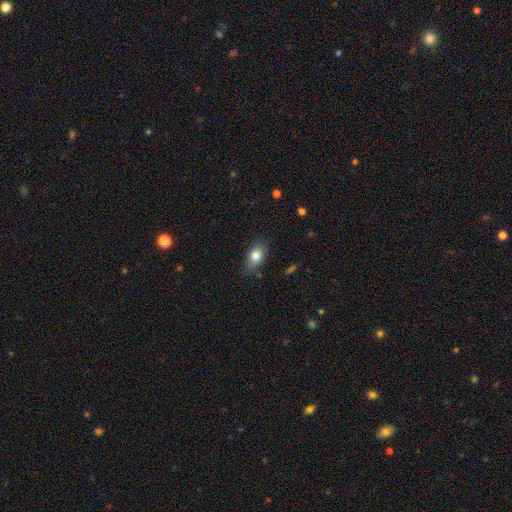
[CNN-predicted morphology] Smooth or featured? smooth (81%)
How rounded? in between (84%)
Merging? none (76%)